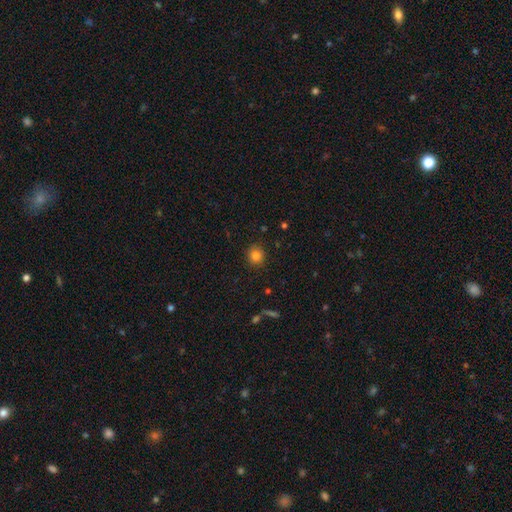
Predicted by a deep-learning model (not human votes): Overall: smooth (82%). How rounded: round (87%). Merging: none (89%).